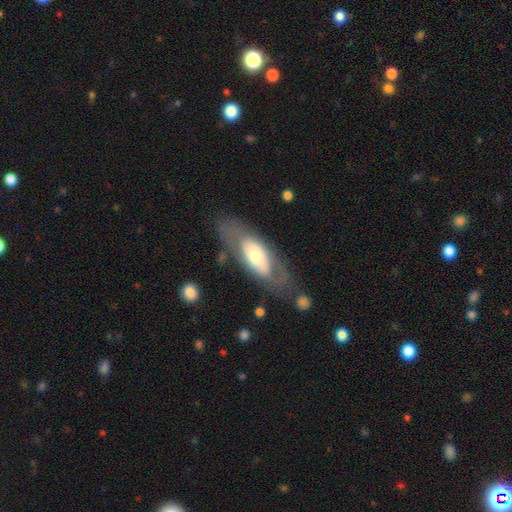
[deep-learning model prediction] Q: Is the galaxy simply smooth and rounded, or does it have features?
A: featured or disk — 51%.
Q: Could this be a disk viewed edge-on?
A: no — 77%.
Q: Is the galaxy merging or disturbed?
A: none — 68%.